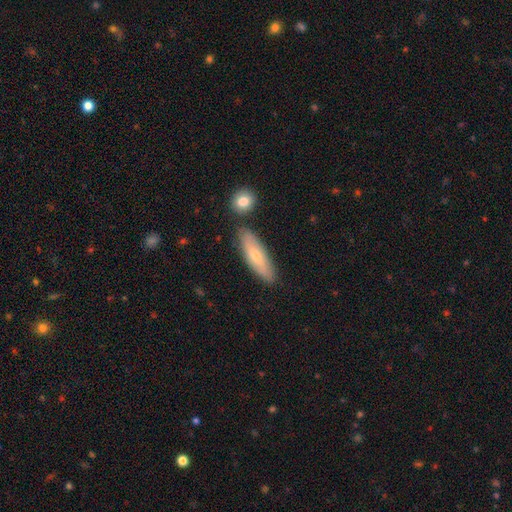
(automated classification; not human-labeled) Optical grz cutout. It shows a smooth galaxy with no disk features (64%) that is cigar-shaped (56%). Merging: none (79%).